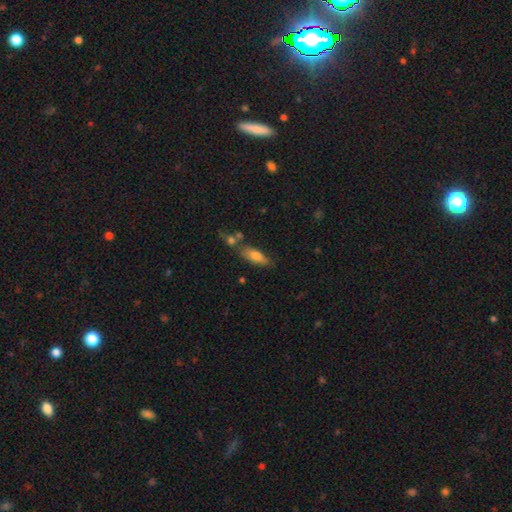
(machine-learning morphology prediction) Q: Smooth or featured?
A: smooth (72%); runner-up: featured or disk (21%)
Q: How rounded?
A: in between (66%); runner-up: cigar-shaped (31%)
Q: Merging?
A: none (61%); runner-up: merger (17%)